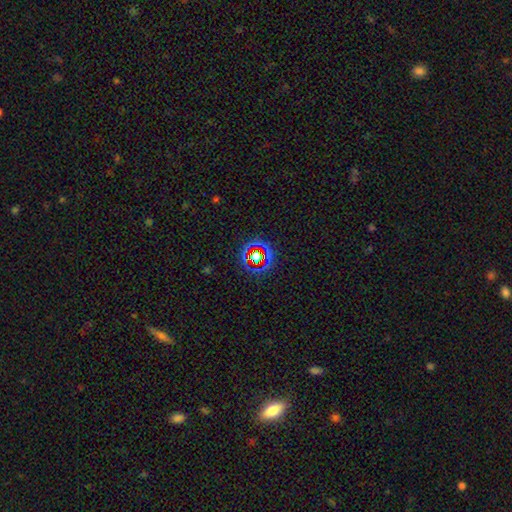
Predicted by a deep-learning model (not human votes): Smooth or featured?
  - star or artifact: 70% *
  - smooth: 18%
  - featured or disk: 12%